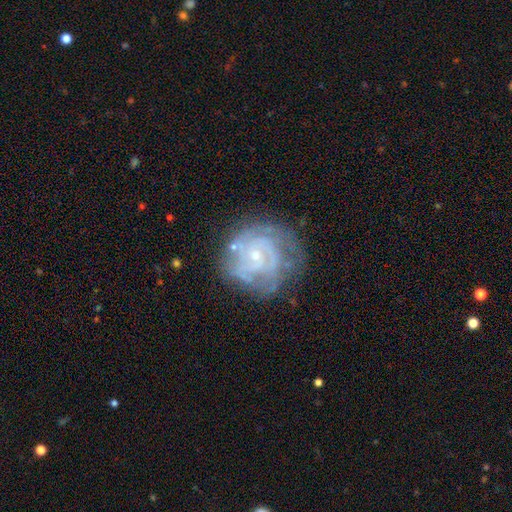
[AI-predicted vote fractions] This is clearly a featured or disk galaxy (80%). It is clearly not viewed edge-on (98%). Bar: likely no (72%). Spiral arm pattern: clearly yes (88%). Spiral arm count: marginally can't tell (38%). Spiral winding: likely tight (65%). Central bulge: likely small (77%). Merging: likely none (64%).